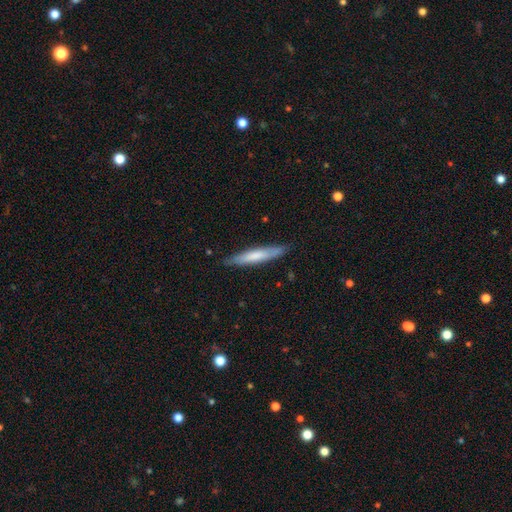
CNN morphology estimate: A smooth galaxy with no disk features (64%) that is cigar-shaped (92%).

Vote fractions:
- Smooth or featured? smooth: 64% / featured or disk: 31% / star or artifact: 5%
- How rounded? cigar-shaped: 92% / in between: 7% / round: 1%
- Merging? none: 85% / minor disturbance: 12% / major disturbance: 2% / merger: 1%